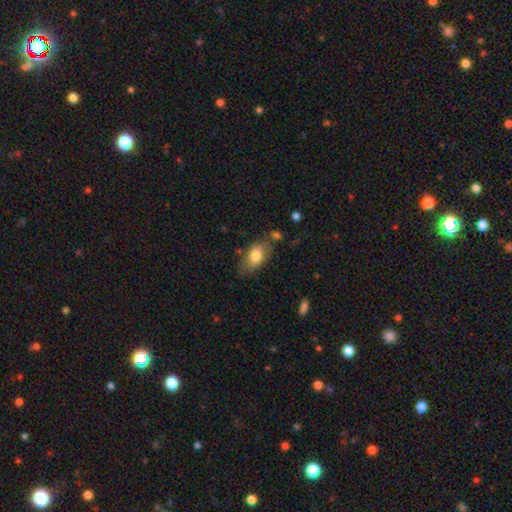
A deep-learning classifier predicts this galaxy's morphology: Q: Smooth or featured?
A: smooth (77%); runner-up: featured or disk (16%)
Q: How rounded?
A: in between (91%); runner-up: round (6%)
Q: Merging?
A: none (68%); runner-up: minor disturbance (20%)